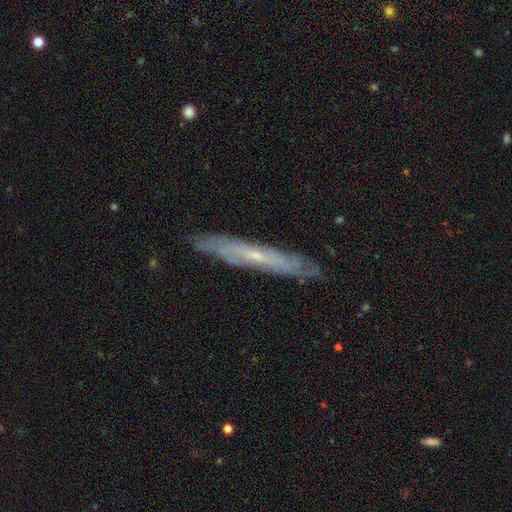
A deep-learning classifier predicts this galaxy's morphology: Overall: featured or disk (67%). Edge-on disk: yes (70%). Merging: none (84%).